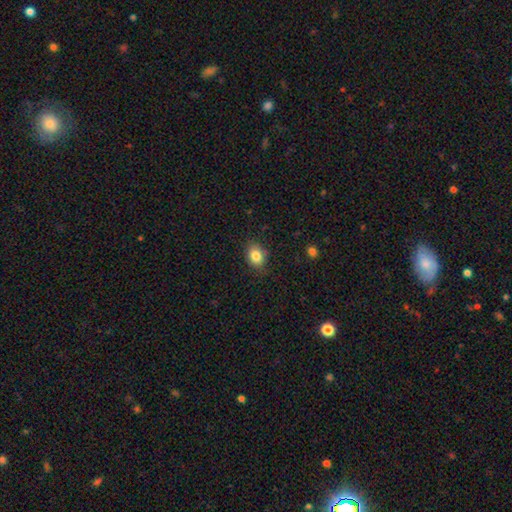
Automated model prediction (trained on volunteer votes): Smooth or featured? Predicted: smooth (p=0.84). How rounded? Predicted: in between (p=0.57). Merging? Predicted: none (p=0.83).